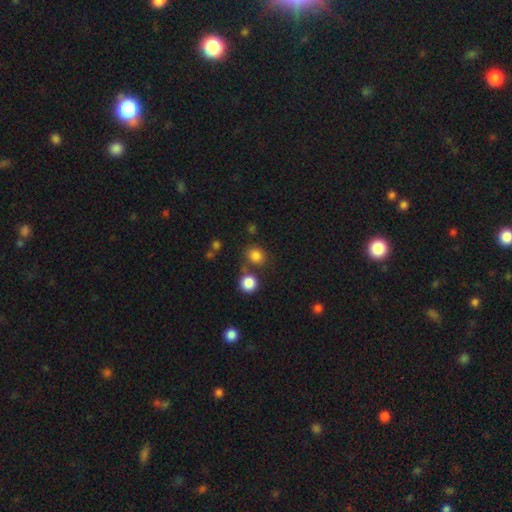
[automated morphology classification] Overall: smooth (82%). How rounded: round (75%). Merging: none (70%).